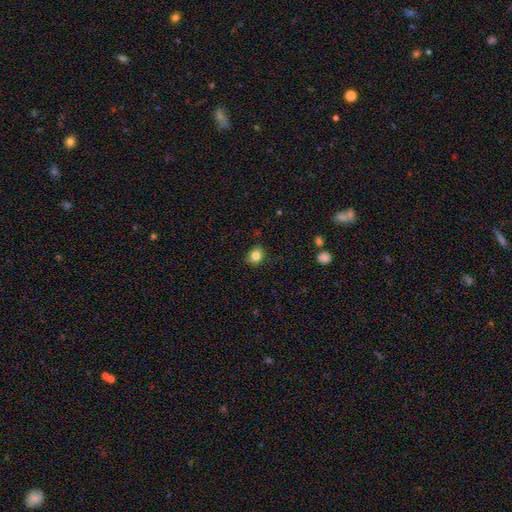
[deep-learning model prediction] A smooth galaxy with no disk features (83%) that is round (59%).

Vote fractions:
- Smooth or featured? smooth: 83% / star or artifact: 11% / featured or disk: 7%
- How rounded? round: 59% / in between: 40% / cigar-shaped: 1%
- Merging? none: 80% / minor disturbance: 15% / major disturbance: 3% / merger: 1%